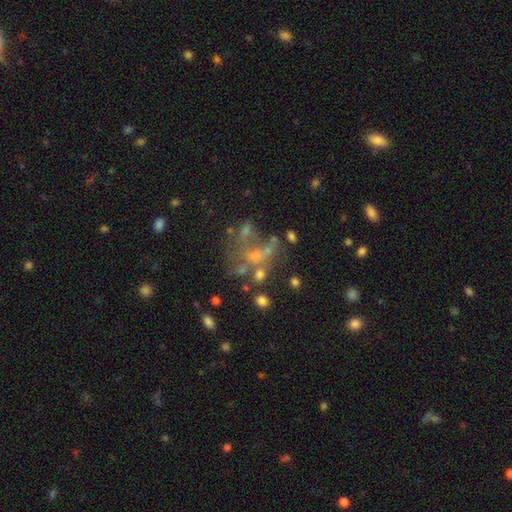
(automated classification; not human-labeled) Q: Smooth or featured?
A: featured or disk (42%); runner-up: star or artifact (33%)
Q: Merging?
A: none (40%); runner-up: merger (23%)